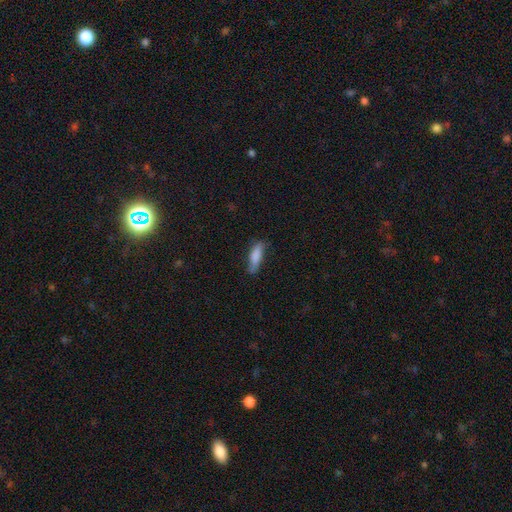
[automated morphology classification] smooth-or-featured: smooth: 82% | featured or disk: 12% | star or artifact: 6%
  how-rounded: cigar-shaped: 57% | in between: 41% | round: 2%
  merging: none: 67% | minor disturbance: 25% | major disturbance: 6% | merger: 2%